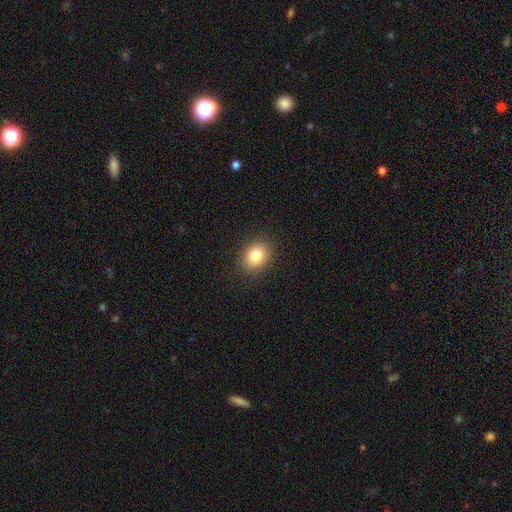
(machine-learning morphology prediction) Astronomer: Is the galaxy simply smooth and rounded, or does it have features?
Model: smooth — 82%.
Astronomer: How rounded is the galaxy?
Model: in between — 52% (runner-up: round, 47%).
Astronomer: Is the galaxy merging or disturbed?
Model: none — 88%.